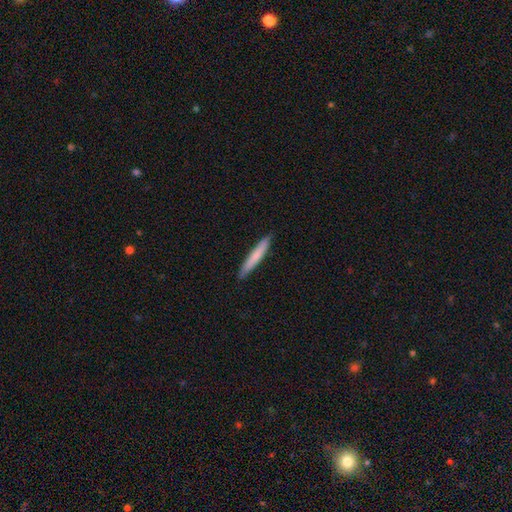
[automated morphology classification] type=smooth (74%); roundness=cigar-shaped (95%); merging=none (90%).